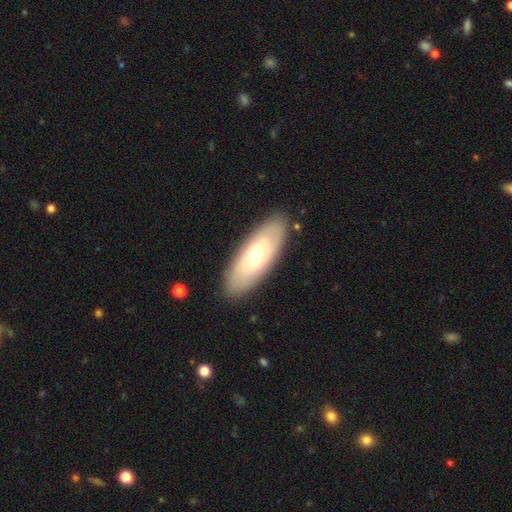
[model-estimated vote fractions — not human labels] Smooth or featured? Predicted: smooth (p=0.51). How rounded? Predicted: in between (p=0.72). Merging? Predicted: none (p=0.87).